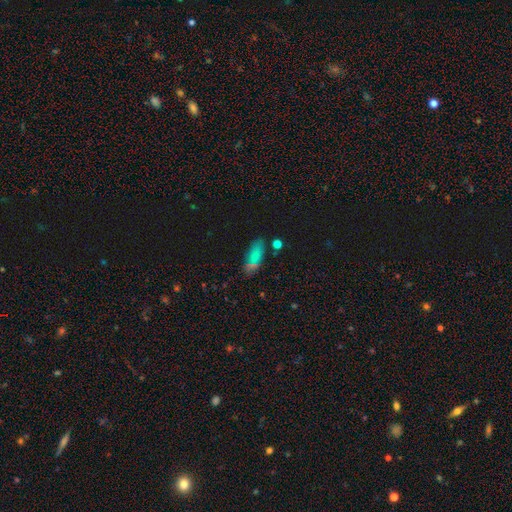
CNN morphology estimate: Smooth or featured: smooth — 69% (star or artifact — 19%)
How rounded: in between — 75% (cigar-shaped — 19%)
Merging: none — 70% (minor disturbance — 16%)